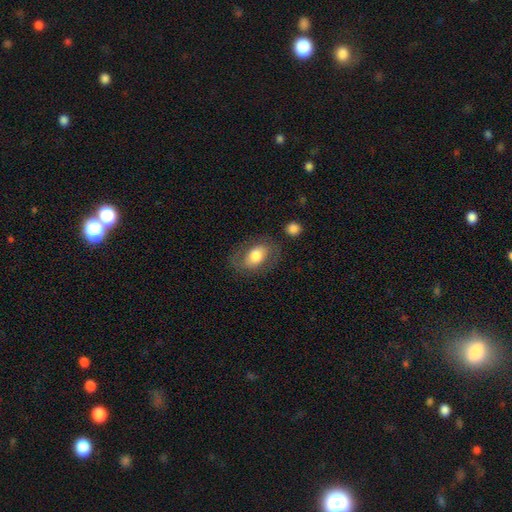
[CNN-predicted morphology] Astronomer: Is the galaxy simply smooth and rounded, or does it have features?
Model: smooth — 56% (runner-up: featured or disk, 37%).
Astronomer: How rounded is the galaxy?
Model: in between — 81%.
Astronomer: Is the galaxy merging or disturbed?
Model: none — 71%.